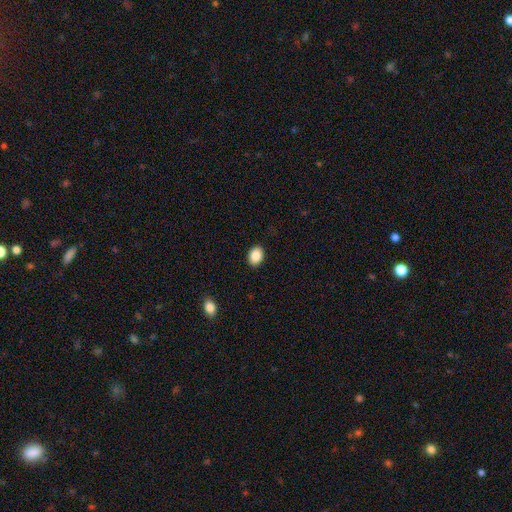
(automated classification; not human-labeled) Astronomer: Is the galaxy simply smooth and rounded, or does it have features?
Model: smooth — 88%.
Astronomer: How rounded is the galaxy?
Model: in between — 70%.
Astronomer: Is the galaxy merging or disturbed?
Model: none — 90%.